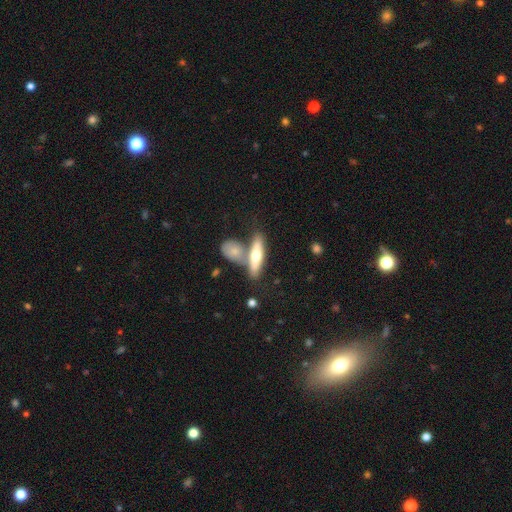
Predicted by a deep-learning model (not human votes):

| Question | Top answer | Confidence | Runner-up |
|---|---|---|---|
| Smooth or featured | smooth | 55% | featured or disk (40%) |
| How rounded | cigar-shaped | 62% | in between (35%) |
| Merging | none | 48% | merger (36%) |